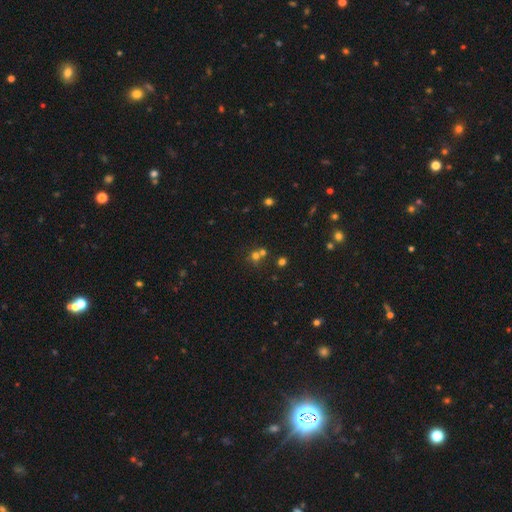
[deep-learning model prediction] A smooth galaxy with no disk features (58%) that is round (84%).

Vote fractions:
- Smooth or featured? smooth: 58% / star or artifact: 28% / featured or disk: 13%
- How rounded? round: 84% / in between: 14% / cigar-shaped: 1%
- Merging? none: 48% / merger: 42% / minor disturbance: 7% / major disturbance: 3%